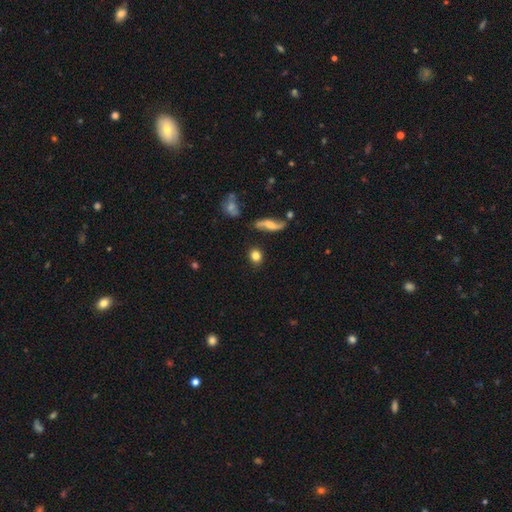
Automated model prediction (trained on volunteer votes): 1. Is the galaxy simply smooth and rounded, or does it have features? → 79% smooth, 12% featured or disk, 9% star or artifact.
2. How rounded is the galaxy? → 70% round, 26% in between, 3% cigar-shaped.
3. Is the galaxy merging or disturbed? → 83% none, 10% minor disturbance, 4% merger, 3% major disturbance.